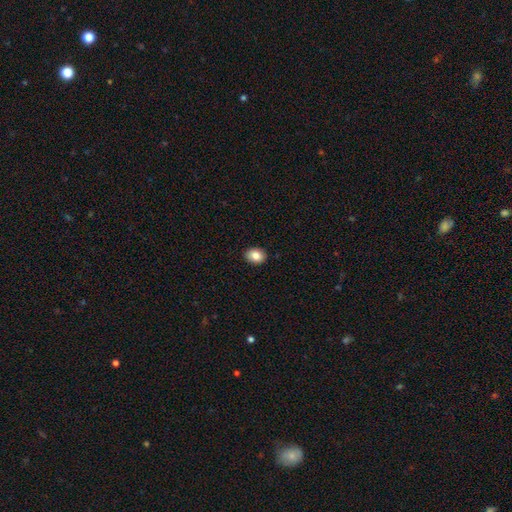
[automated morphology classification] This is clearly a smooth galaxy (85%). How rounded: likely in between (63%). Merging: clearly none (90%).